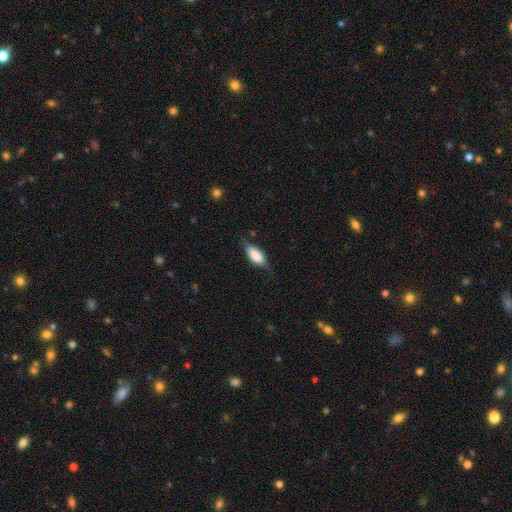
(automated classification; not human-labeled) Smooth or featured? smooth (75%)
How rounded? in between (81%)
Merging? none (60%)